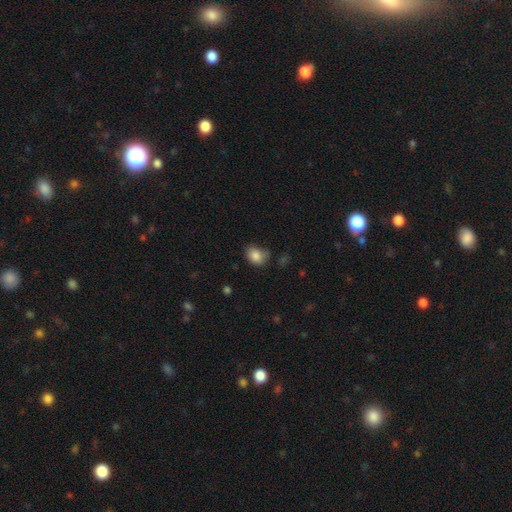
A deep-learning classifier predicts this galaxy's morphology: smooth 84%, star or artifact 9%, featured or disk 6%. Down the decision tree: how rounded — in between (60%); merging — none (58%).